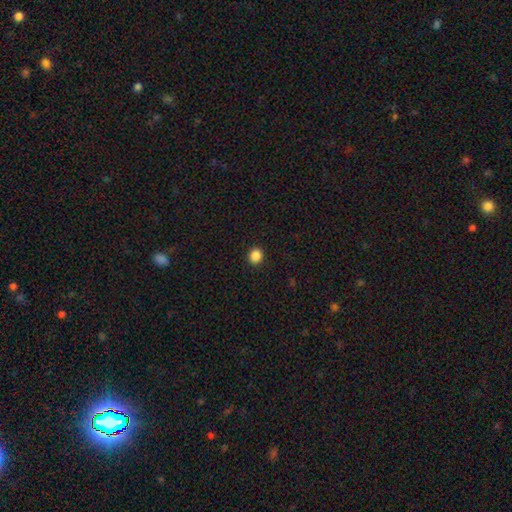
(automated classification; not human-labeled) Smooth or featured? Predicted: smooth (p=0.87). How rounded? Predicted: round (p=0.89). Merging? Predicted: none (p=0.93).